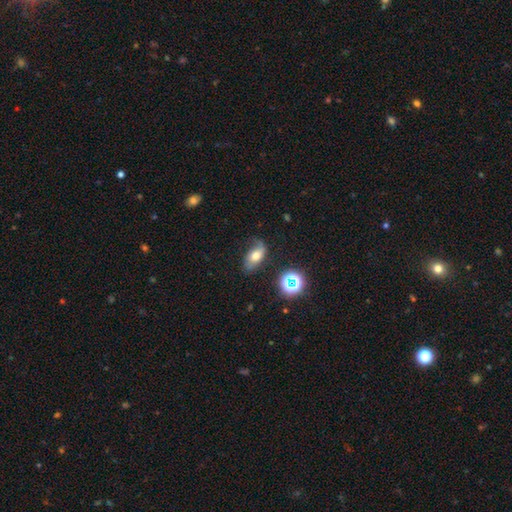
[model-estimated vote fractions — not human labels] Smooth or featured: smooth — 51% (featured or disk — 35%)
How rounded: in between — 85% (round — 10%)
Merging: none — 54% (minor disturbance — 29%)